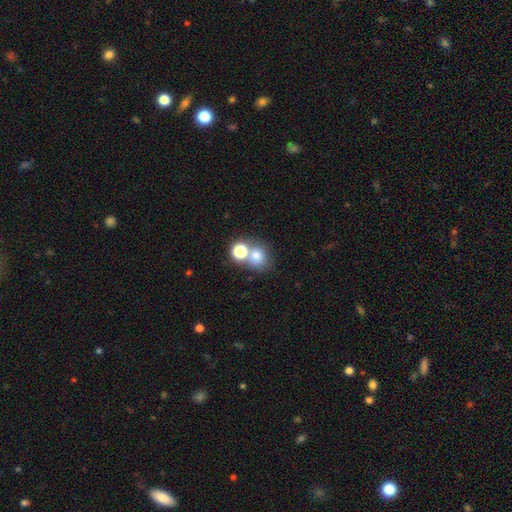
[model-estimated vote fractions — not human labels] Smooth or featured: smooth — 73% (star or artifact — 17%)
How rounded: round — 77% (in between — 22%)
Merging: none — 50% (merger — 38%)